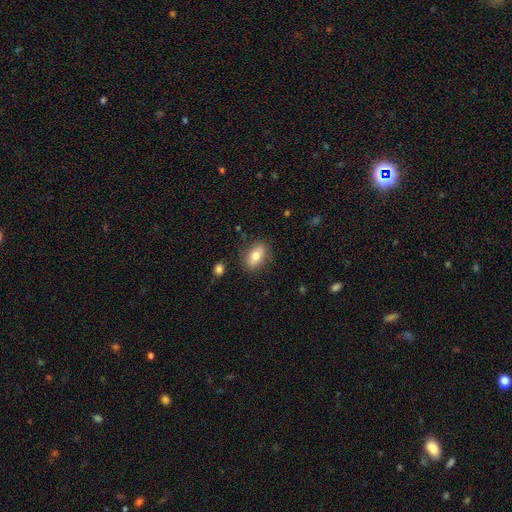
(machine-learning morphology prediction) smooth_or_featured: smooth (p=0.77) [alt: featured or disk p=0.16]
how_rounded: in between (p=0.85) [alt: round p=0.10]
merging: none (p=0.83) [alt: minor disturbance p=0.12]